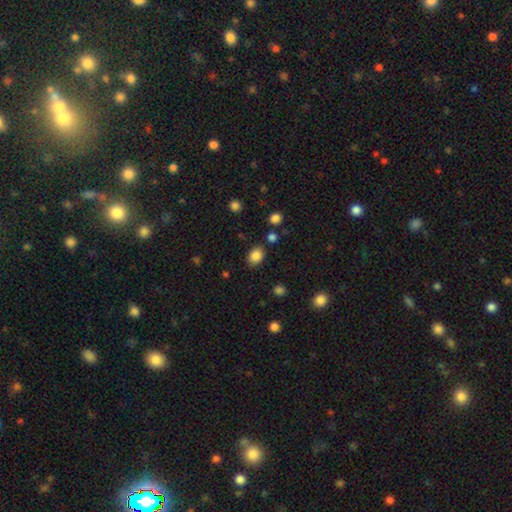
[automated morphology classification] Smooth or featured? Predicted: smooth (p=0.86). How rounded? Predicted: in between (p=0.65). Merging? Predicted: none (p=0.81).